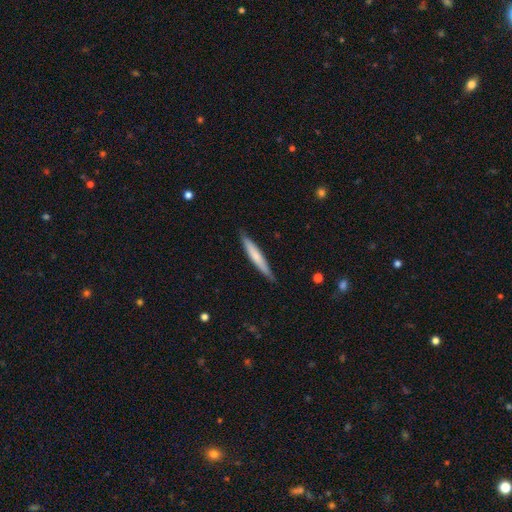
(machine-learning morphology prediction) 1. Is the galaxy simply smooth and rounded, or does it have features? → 65% smooth, 30% featured or disk, 5% star or artifact.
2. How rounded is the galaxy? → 95% cigar-shaped, 4% in between, 1% round.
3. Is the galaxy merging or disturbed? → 86% none, 11% minor disturbance, 2% major disturbance, 1% merger.